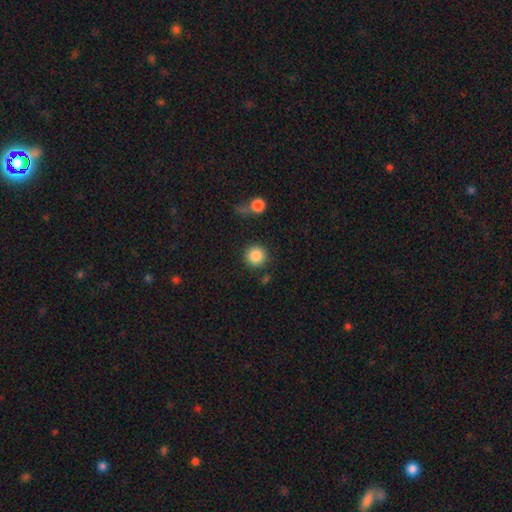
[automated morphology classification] Smooth or featured?
  - smooth: 87% *
  - star or artifact: 9%
  - featured or disk: 4%
How rounded?
  - round: 95% *
  - in between: 4%
  - cigar-shaped: 1%
Merging?
  - none: 85% *
  - minor disturbance: 7%
  - merger: 4%
  - major disturbance: 4%